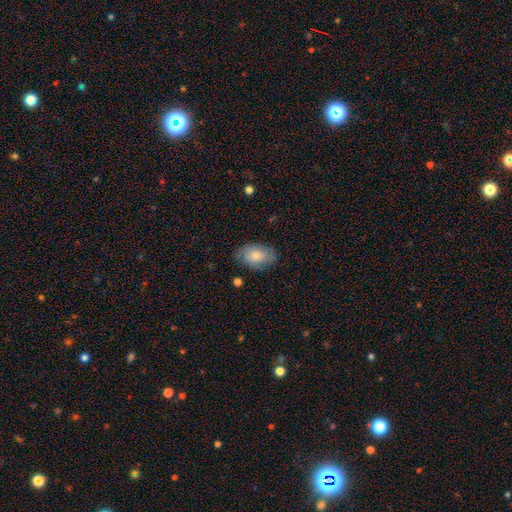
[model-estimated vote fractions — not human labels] Overall: smooth (74%). How rounded: in between (89%). Merging: none (72%).